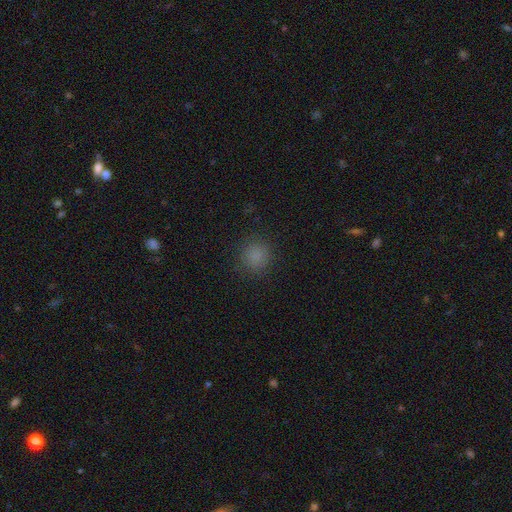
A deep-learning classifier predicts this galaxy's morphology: type=smooth (83%); roundness=round (90%); merging=none (88%).